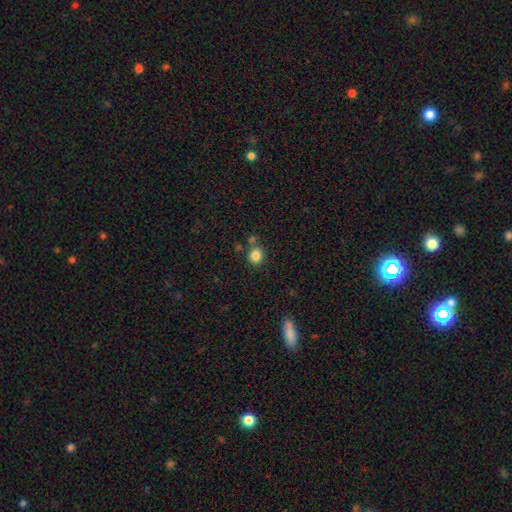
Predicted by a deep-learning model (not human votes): Q: Smooth or featured?
A: smooth (84%); runner-up: star or artifact (11%)
Q: How rounded?
A: round (80%); runner-up: in between (19%)
Q: Merging?
A: none (74%); runner-up: merger (13%)